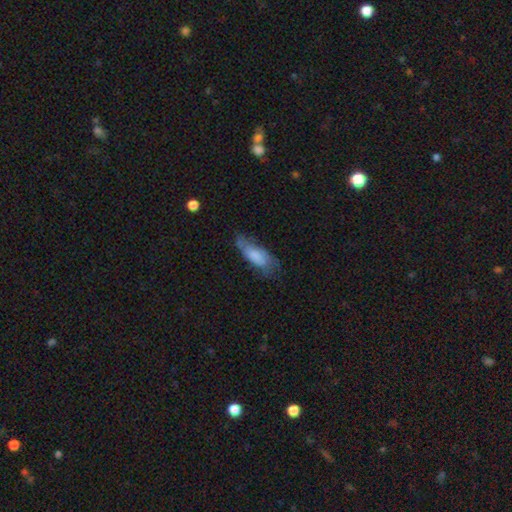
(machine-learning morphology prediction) This is likely a smooth galaxy (68%). How rounded: likely in between (65%). Merging: possibly none (50%).